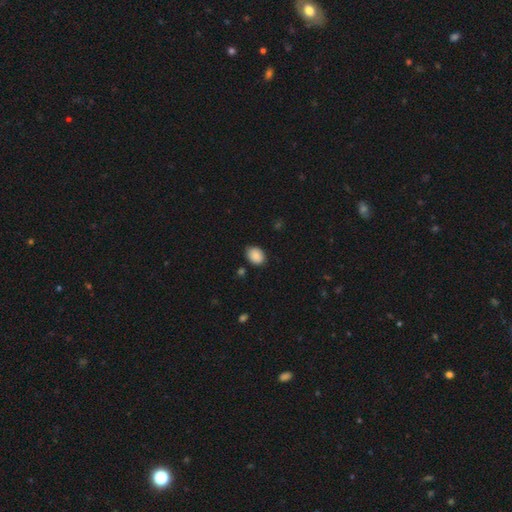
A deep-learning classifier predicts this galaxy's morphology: Q: Smooth or featured?
A: smooth (87%); runner-up: star or artifact (8%)
Q: How rounded?
A: in between (66%); runner-up: round (33%)
Q: Merging?
A: none (81%); runner-up: minor disturbance (15%)